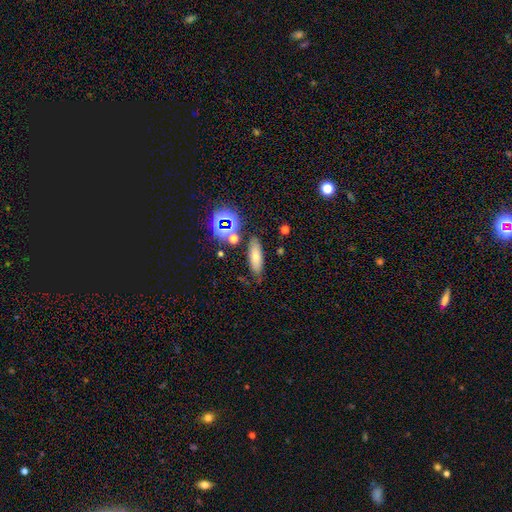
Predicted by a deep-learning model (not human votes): This appears to be a smooth galaxy with no disk features (59%) that is in between round and cigar-shaped (58%). Merging: none (77%).